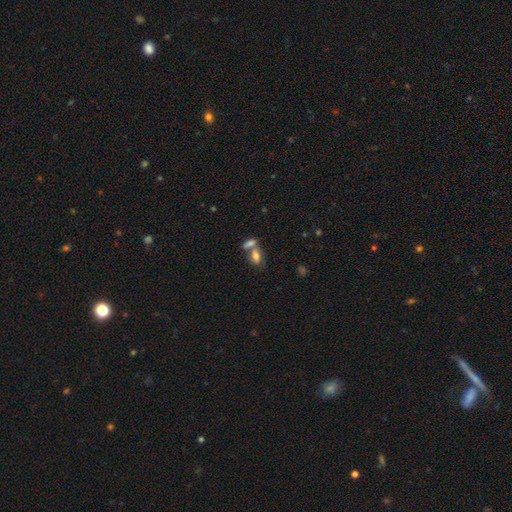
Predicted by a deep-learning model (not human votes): Overall: smooth (61%; featured or disk 22%). How rounded: in between (69%). Merging: merger (49%; none 39%).